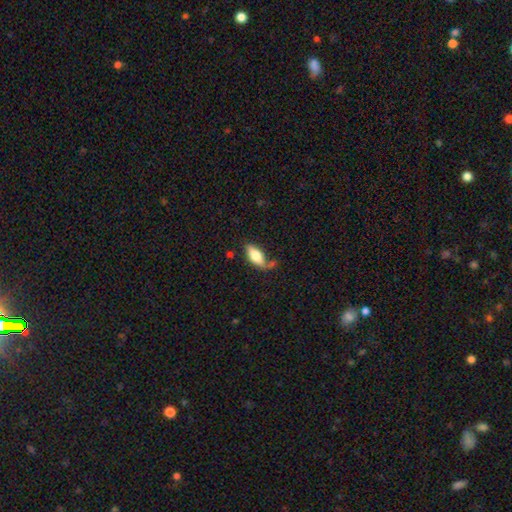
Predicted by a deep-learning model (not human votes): Overall: smooth (71%). How rounded: in between (82%). Merging: none (51%; minor disturbance 24%).